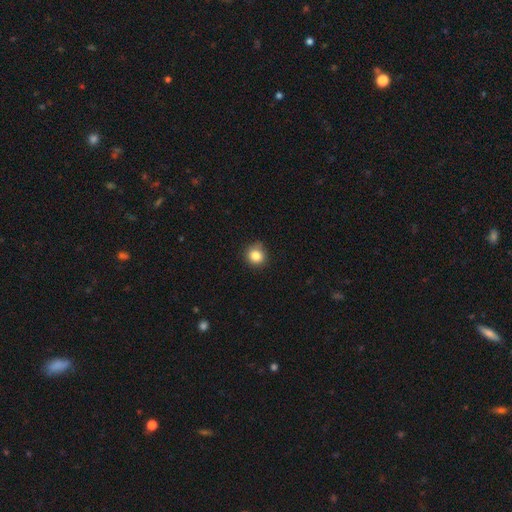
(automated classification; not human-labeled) Q: Smooth or featured?
A: smooth (85%); runner-up: star or artifact (11%)
Q: How rounded?
A: round (89%); runner-up: in between (10%)
Q: Merging?
A: none (82%); runner-up: minor disturbance (15%)